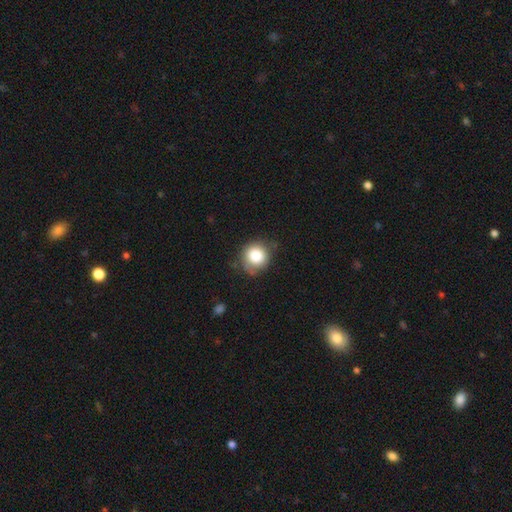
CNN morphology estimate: A smooth galaxy with no disk features (83%) that is round (88%). Merging: none (62%).